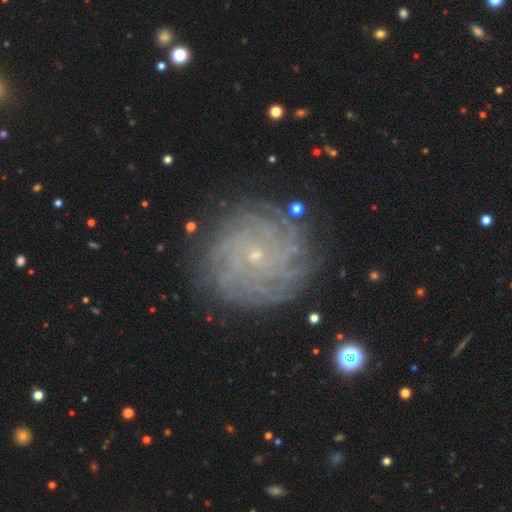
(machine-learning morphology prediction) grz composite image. It shows a featured or disk galaxy (76%) with no bar (81%), more than 4 (33%) tight (78%) spiral arms (95%) and a small central bulge (87%). Merging: none (86%).